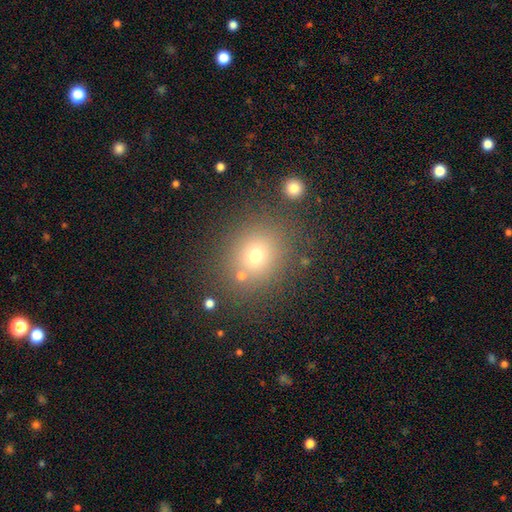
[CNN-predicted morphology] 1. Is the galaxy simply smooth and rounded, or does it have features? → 66% smooth, 23% star or artifact, 11% featured or disk.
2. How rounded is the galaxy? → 76% round, 23% in between, 1% cigar-shaped.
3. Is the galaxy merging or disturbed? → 80% none, 9% minor disturbance, 7% merger, 4% major disturbance.